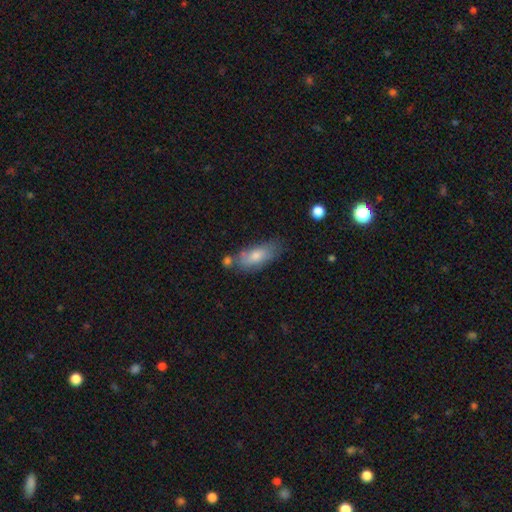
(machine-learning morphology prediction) Smooth or featured? Predicted: smooth (p=0.71). How rounded? Predicted: in between (p=0.79). Merging? Predicted: none (p=0.60).